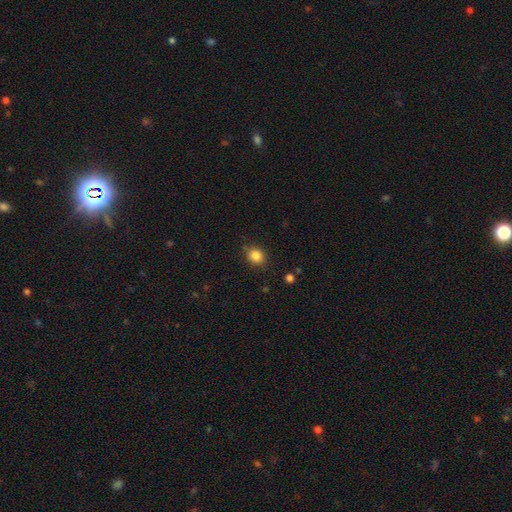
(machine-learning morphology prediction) A smooth galaxy with no disk features (84%) that is round (66%). Merging: none (82%).